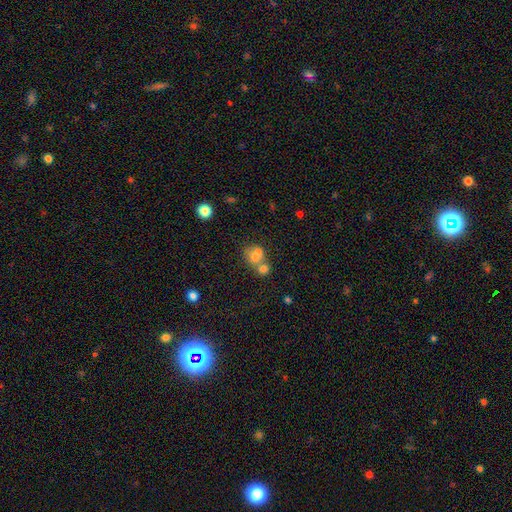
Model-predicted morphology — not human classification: Smooth or featured? Predicted: smooth (p=0.69). How rounded? Predicted: round (p=0.74). Merging? Predicted: merger (p=0.56).